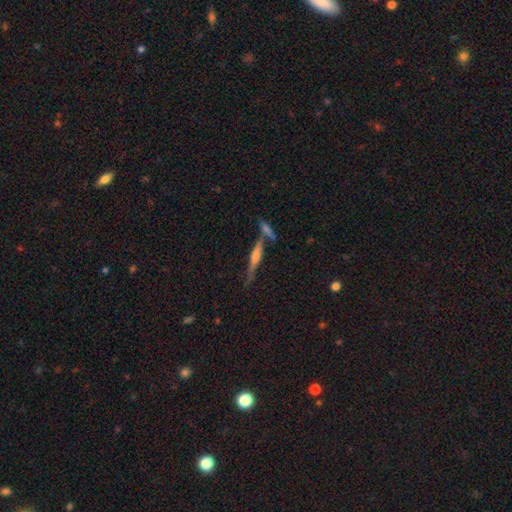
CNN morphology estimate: Smooth or featured? featured or disk (75%)
Edge-on disk? yes (97%)
Edge-on bulge? rounded (82%)
Merging? none (72%)